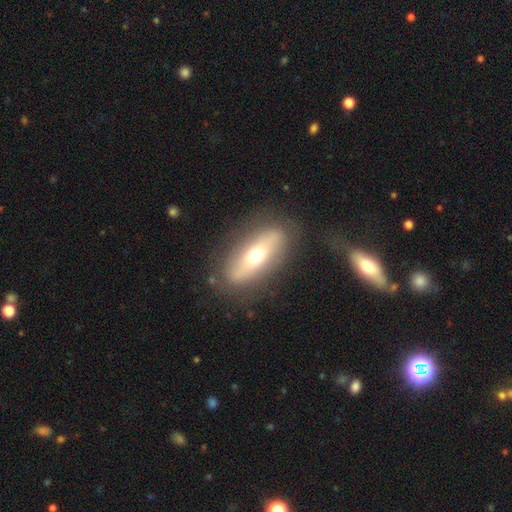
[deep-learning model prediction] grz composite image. It shows a featured or disk galaxy (49%). Merging: none (74%).